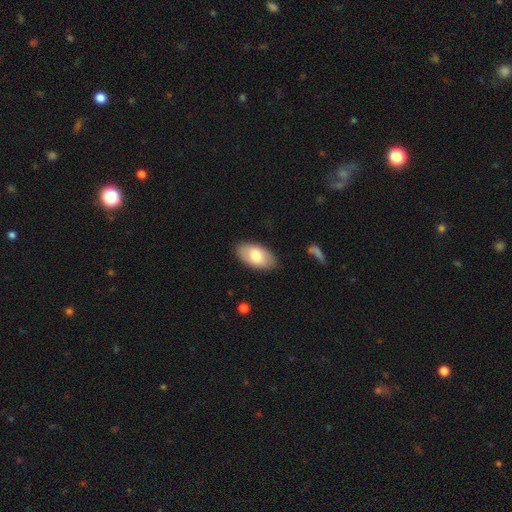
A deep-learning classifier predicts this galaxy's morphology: This is likely a smooth galaxy (74%). How rounded: clearly in between (95%). Merging: clearly none (87%).